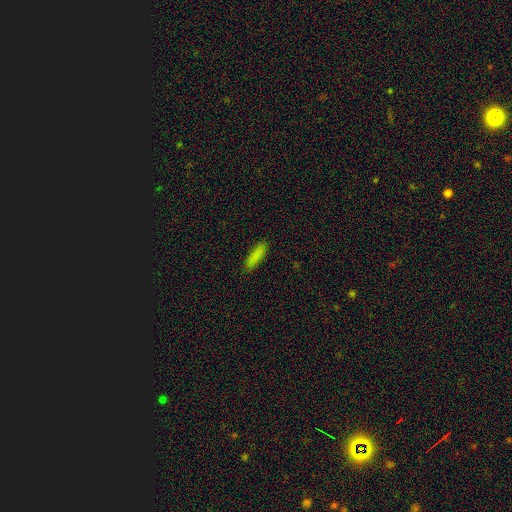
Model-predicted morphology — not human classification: A smooth galaxy with no disk features (85%) that is cigar-shaped (70%). Merging: none (88%).